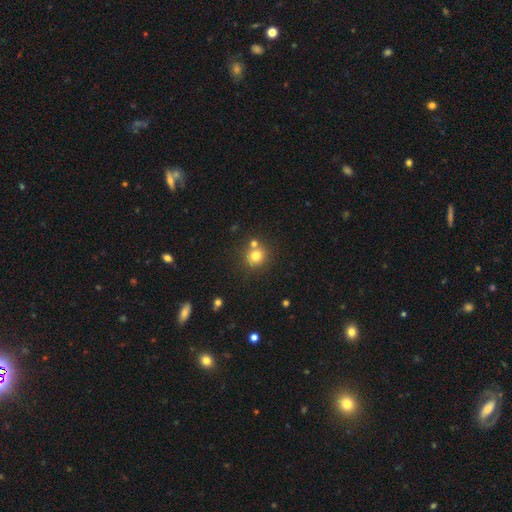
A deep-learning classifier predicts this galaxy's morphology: Smooth or featured? Predicted: smooth (p=0.77). How rounded? Predicted: round (p=0.86). Merging? Predicted: none (p=0.67).